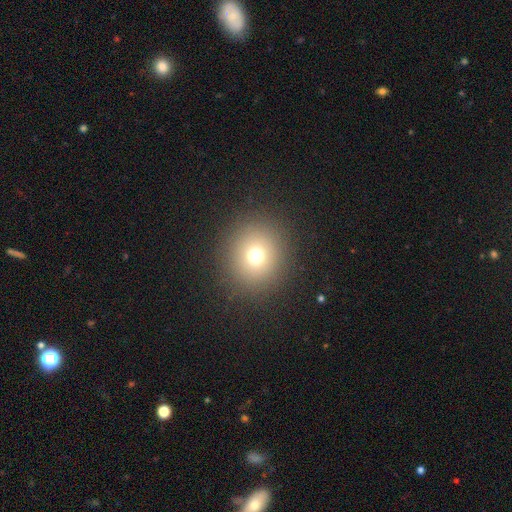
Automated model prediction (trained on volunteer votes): Smooth or featured?
  - smooth: 71% *
  - star or artifact: 19%
  - featured or disk: 10%
How rounded?
  - round: 90% *
  - in between: 9%
  - cigar-shaped: 1%
Merging?
  - none: 90% *
  - minor disturbance: 6%
  - major disturbance: 4%
  - merger: 1%